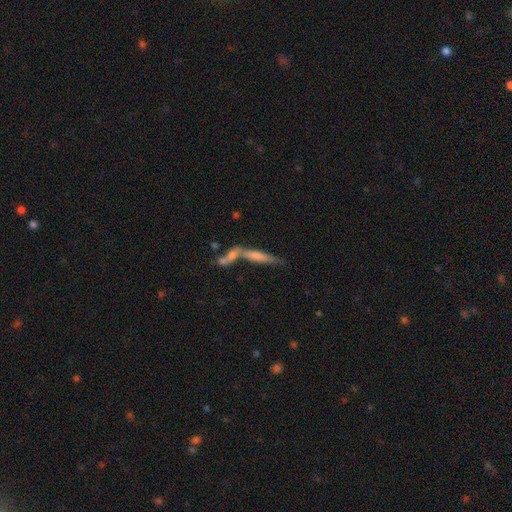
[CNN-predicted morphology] Smooth or featured? smooth (54%)
How rounded? cigar-shaped (80%)
Merging? merger (55%)